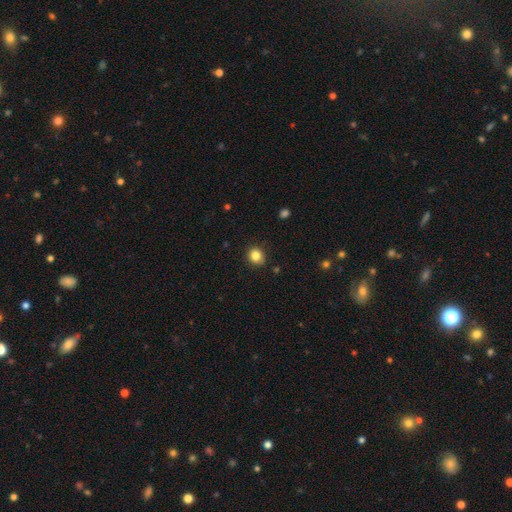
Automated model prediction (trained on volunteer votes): smooth 84%, star or artifact 11%, featured or disk 5%. Down the decision tree: how rounded — round (80%); merging — none (88%).